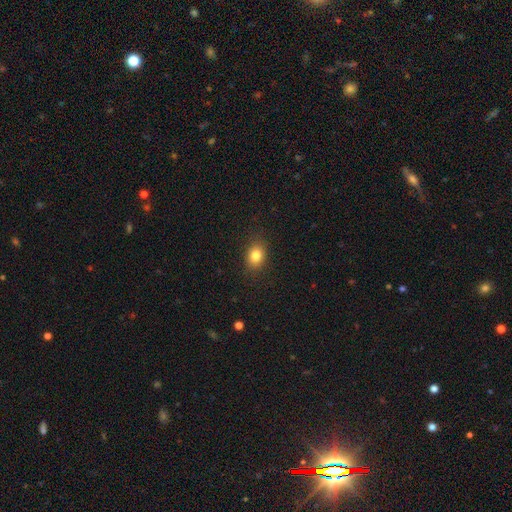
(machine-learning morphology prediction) Smooth or featured?
  - smooth: 83% *
  - star or artifact: 10%
  - featured or disk: 7%
How rounded?
  - in between: 61% *
  - round: 37%
  - cigar-shaped: 1%
Merging?
  - none: 87% *
  - minor disturbance: 10%
  - major disturbance: 3%
  - merger: 1%